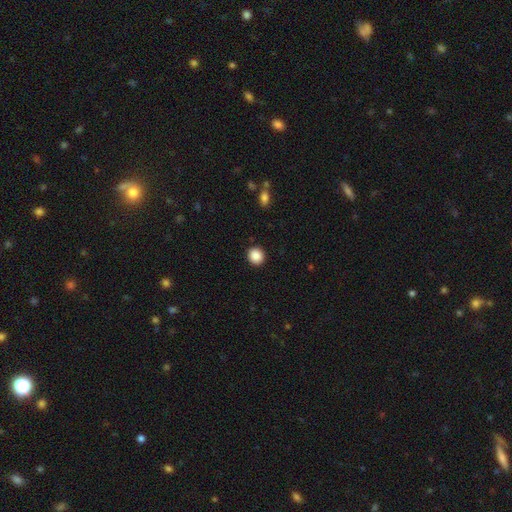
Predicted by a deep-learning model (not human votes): Smooth or featured? smooth (89%)
How rounded? round (88%)
Merging? none (92%)